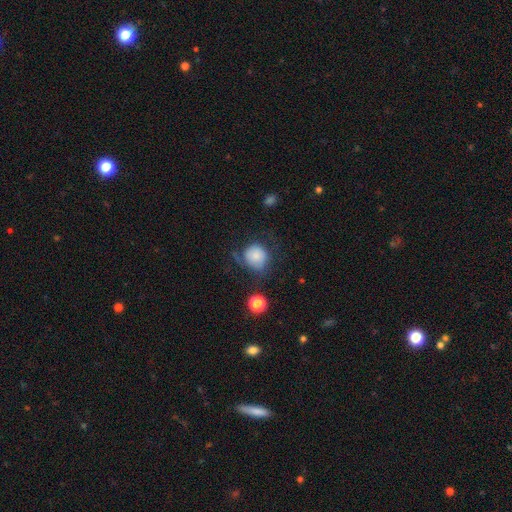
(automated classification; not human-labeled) Smooth or featured? smooth (74%)
How rounded? round (81%)
Merging? none (50%)